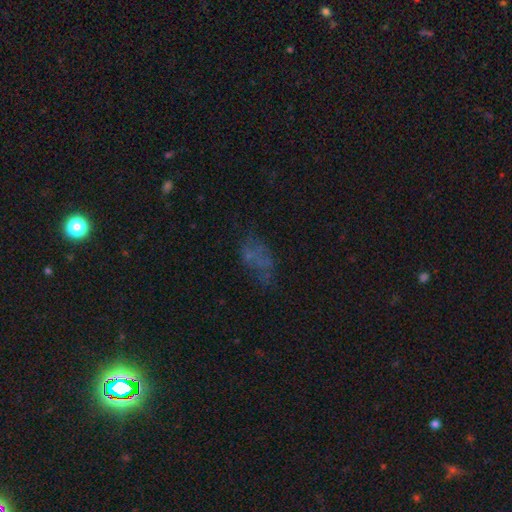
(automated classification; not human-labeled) Smooth or featured?
  - smooth: 43% *
  - featured or disk: 33%
  - star or artifact: 24%
Merging?
  - none: 48% *
  - major disturbance: 25%
  - minor disturbance: 21%
  - merger: 6%